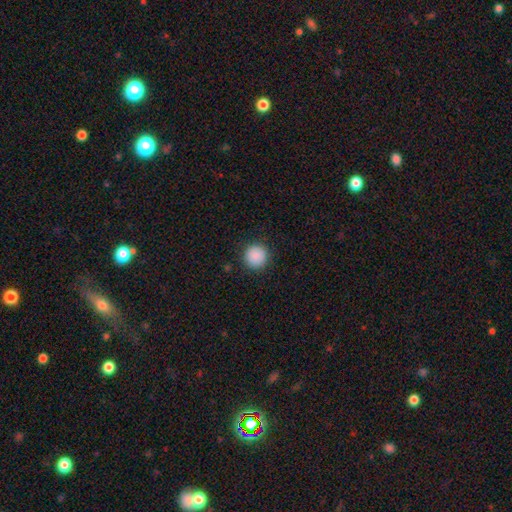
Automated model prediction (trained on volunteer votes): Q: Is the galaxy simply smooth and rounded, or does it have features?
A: smooth — 90%.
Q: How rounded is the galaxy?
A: round — 95%.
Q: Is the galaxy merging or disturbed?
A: none — 91%.